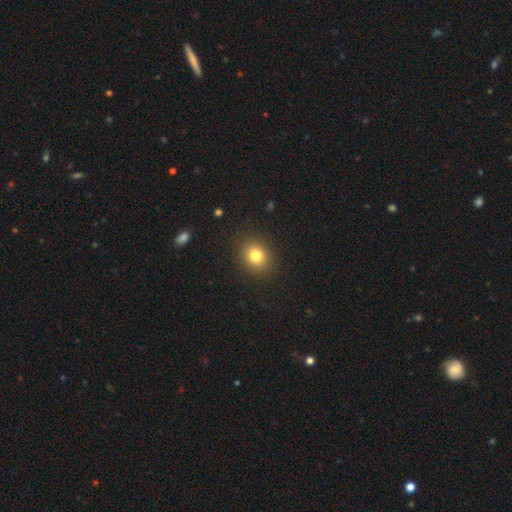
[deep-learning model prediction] Q: Smooth or featured?
A: smooth (80%); runner-up: star or artifact (12%)
Q: How rounded?
A: round (62%); runner-up: in between (37%)
Q: Merging?
A: none (89%); runner-up: minor disturbance (8%)